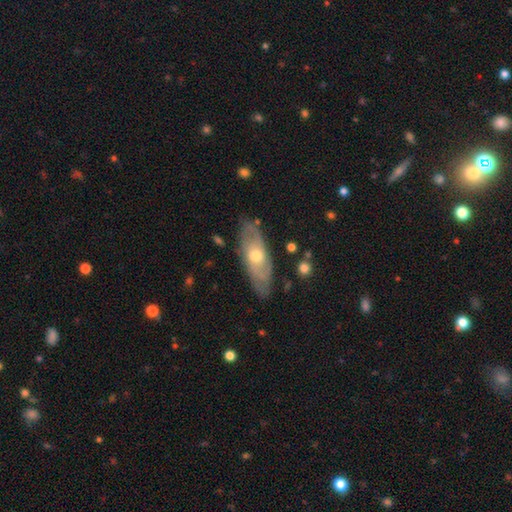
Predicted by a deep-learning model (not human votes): Morphology: type=featured or disk (63%); edge-on=no (73%); merging=none (81%).